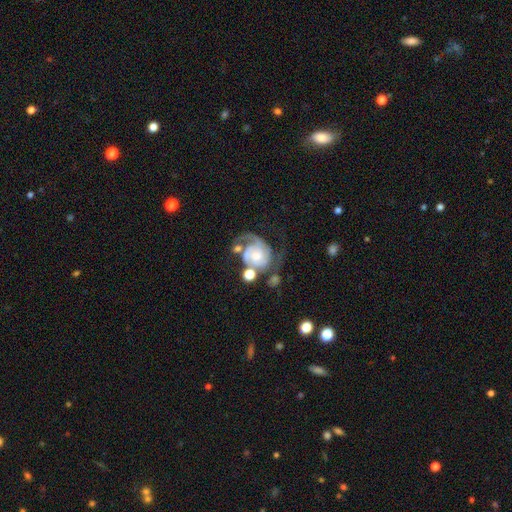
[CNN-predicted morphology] smooth_or_featured: featured or disk (p=0.83) [alt: smooth p=0.11]
disk_edge_on: no (p=0.98) [alt: yes p=0.02]
bar: no (p=0.70) [alt: weak p=0.25]
has_spiral_arms: yes (p=0.95) [alt: no p=0.05]
spiral_winding: tight (p=0.44) [alt: medium p=0.40]
spiral_arm_count: 2 (p=0.60) [alt: 3 p=0.12]
bulge_size: moderate (p=0.36) [alt: small p=0.34]
merging: none (p=0.36) [alt: major disturbance p=0.27]